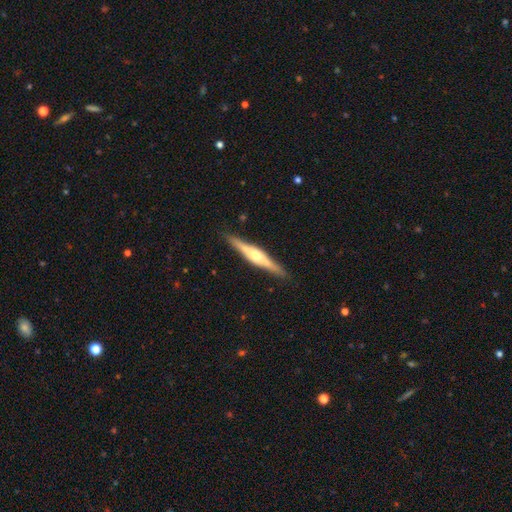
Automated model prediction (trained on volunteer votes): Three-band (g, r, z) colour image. It shows a featured or disk galaxy (76%) viewed edge-on (98%) with a rounded central bulge (90%). Merging: none (90%).